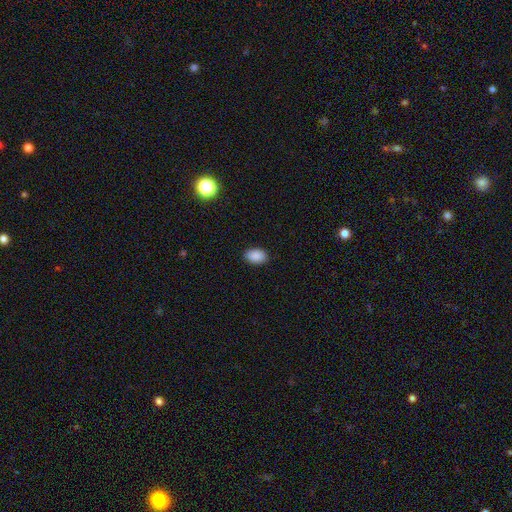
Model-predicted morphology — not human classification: The model was most divided on "how rounded": in between: 87%, round: 12%, cigar-shaped: 1%. More confident: smooth or featured — smooth (89%); merging — none (88%).